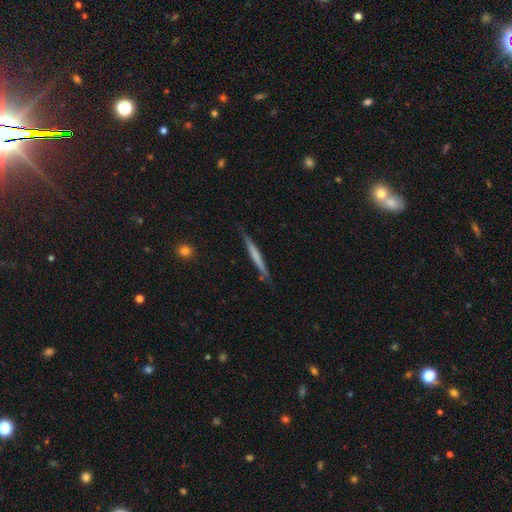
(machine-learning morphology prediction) Smooth or featured? Predicted: smooth (p=0.52). How rounded? Predicted: cigar-shaped (p=0.96). Merging? Predicted: none (p=0.84).